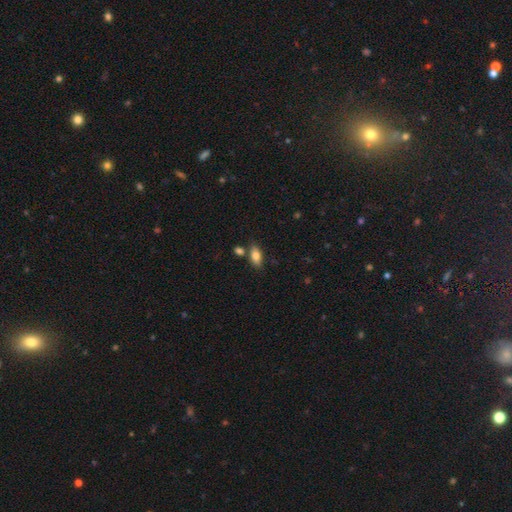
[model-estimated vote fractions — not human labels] The model was most divided on "merging": none: 73%, minor disturbance: 13%, merger: 11%, major disturbance: 3%. More confident: how rounded — in between (86%); smooth or featured — smooth (77%).